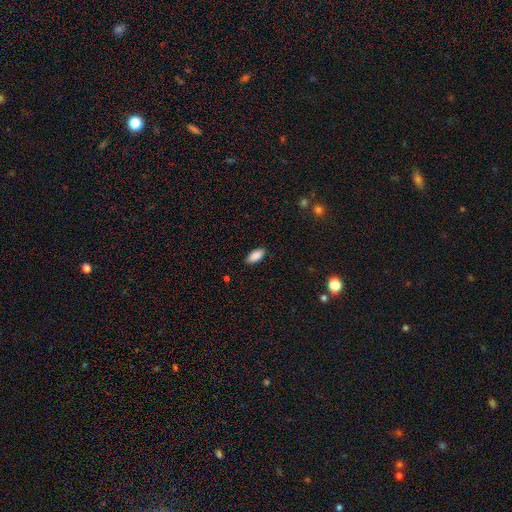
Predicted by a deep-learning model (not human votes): smooth_or_featured: smooth (p=0.88) [alt: star or artifact p=0.07]
how_rounded: in between (p=0.89) [alt: cigar-shaped p=0.09]
merging: none (p=0.88) [alt: minor disturbance p=0.09]